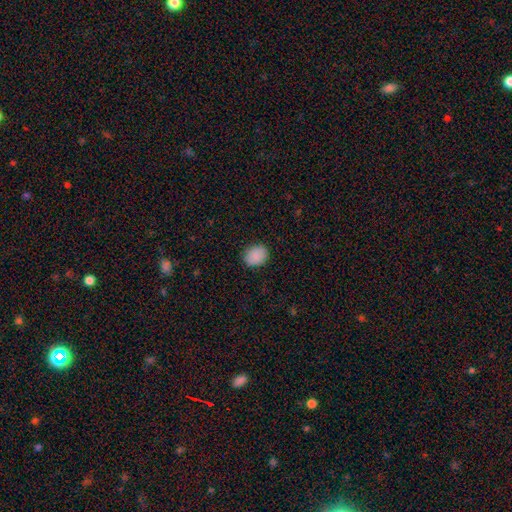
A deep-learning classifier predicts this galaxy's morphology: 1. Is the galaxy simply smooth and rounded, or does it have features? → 89% smooth, 8% star or artifact, 3% featured or disk.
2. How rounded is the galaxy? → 54% round, 45% in between, 1% cigar-shaped.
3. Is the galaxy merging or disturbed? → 87% none, 10% minor disturbance, 2% major disturbance, 1% merger.